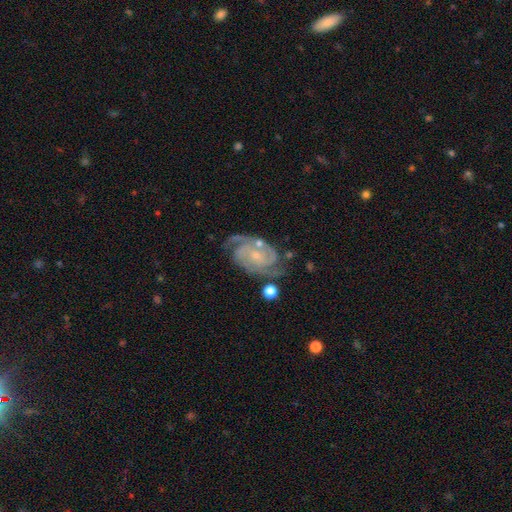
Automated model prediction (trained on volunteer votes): Morphology: type=featured or disk (89%); edge-on=no (97%); bar=no (61%); spiral arms=yes (98%); winding=tight (60%); arm count=2 (56%); bulge=small (72%); merging=none (70%).